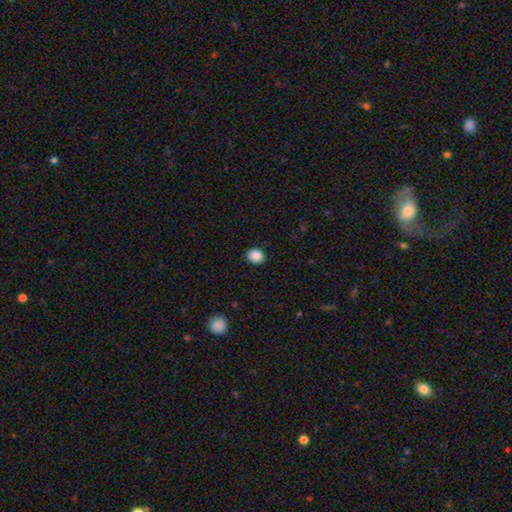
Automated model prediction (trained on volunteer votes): Smooth or featured: smooth — 89% (star or artifact — 9%)
How rounded: round — 54% (in between — 45%)
Merging: none — 90% (minor disturbance — 7%)